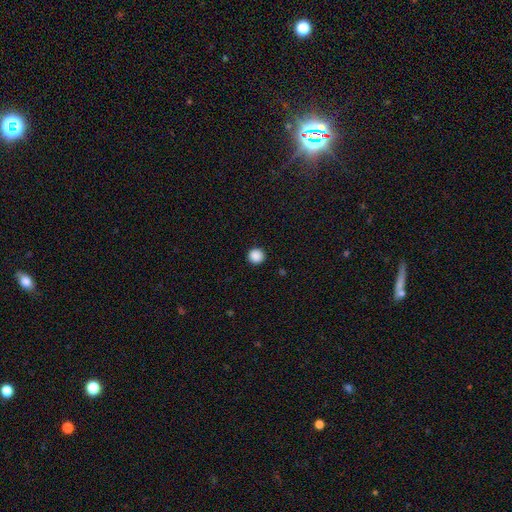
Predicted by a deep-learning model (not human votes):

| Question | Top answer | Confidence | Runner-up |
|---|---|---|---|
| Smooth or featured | smooth | 89% | star or artifact (9%) |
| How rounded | round | 95% | in between (4%) |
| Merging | none | 93% | minor disturbance (5%) |